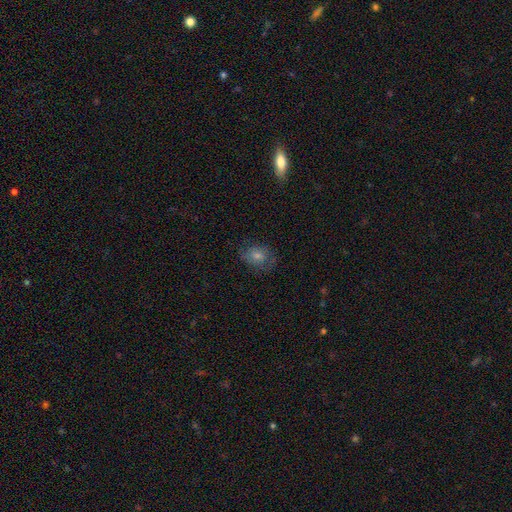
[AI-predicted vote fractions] The model was most divided on "smooth or featured": smooth: 49%, featured or disk: 35%, star or artifact: 15%. More confident: merging — none (72%).